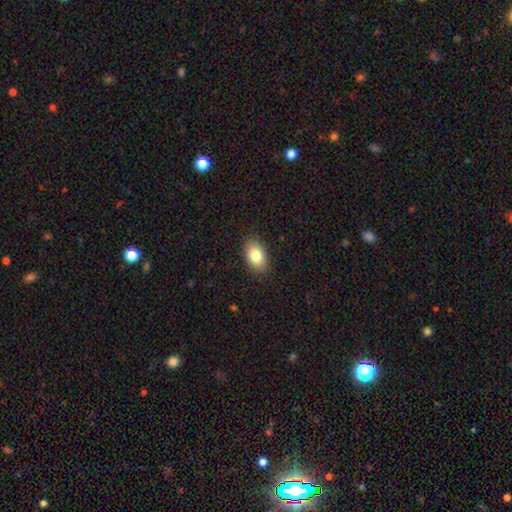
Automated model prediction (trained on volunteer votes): Overall: smooth (82%). How rounded: in between (88%). Merging: none (88%).